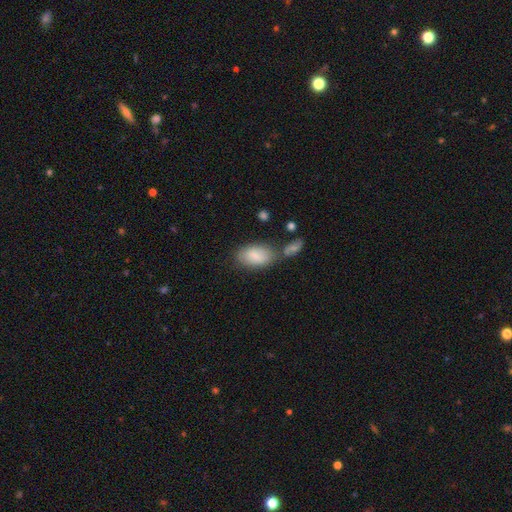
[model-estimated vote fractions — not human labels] Morphology: type=smooth (83%); roundness=in between (94%); merging=none (54%).